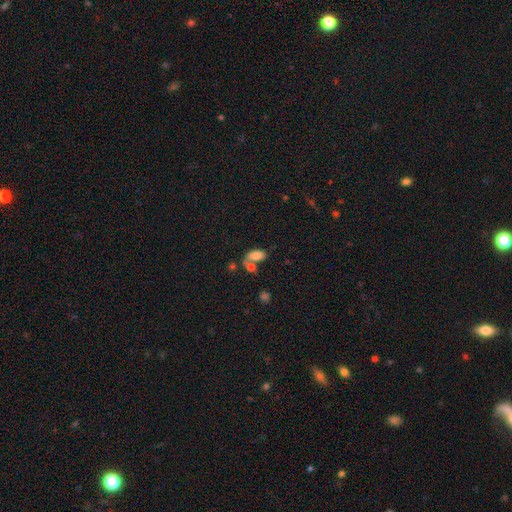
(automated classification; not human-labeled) Smooth or featured: smooth — 79% (featured or disk — 12%)
How rounded: in between — 92% (round — 4%)
Merging: none — 41% (merger — 36%)